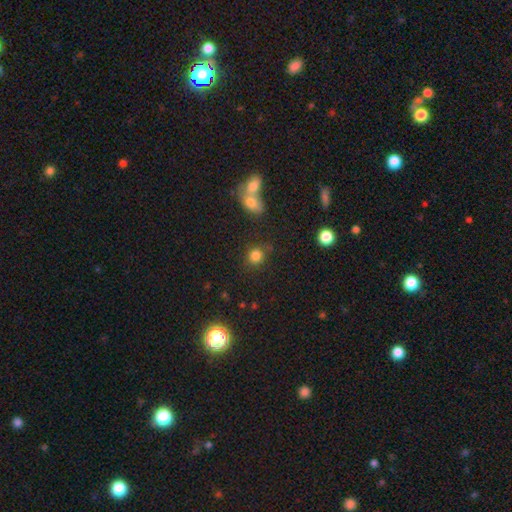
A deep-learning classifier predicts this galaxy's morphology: A smooth galaxy with no disk features (81%) that is round (81%). Merging: none (75%).